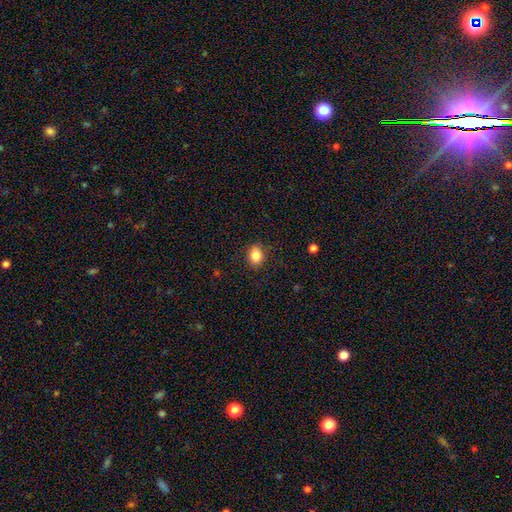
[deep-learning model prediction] smooth 84%, star or artifact 10%, featured or disk 6%. Down the decision tree: how rounded — in between (56%); merging — none (83%).